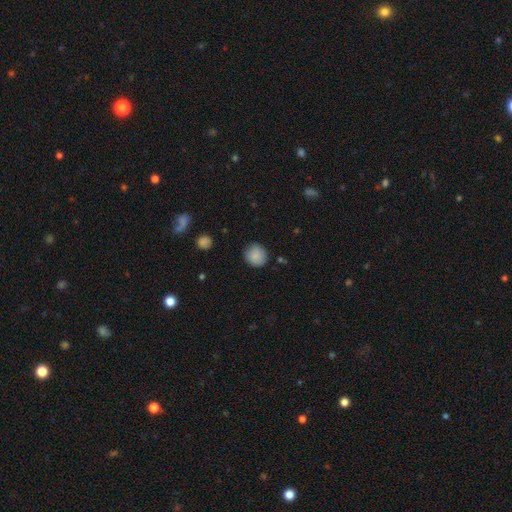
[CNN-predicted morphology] Smooth or featured?
  - smooth: 87% *
  - star or artifact: 8%
  - featured or disk: 5%
How rounded?
  - round: 88% *
  - in between: 11%
  - cigar-shaped: 1%
Merging?
  - none: 84% *
  - minor disturbance: 13%
  - major disturbance: 3%
  - merger: 1%